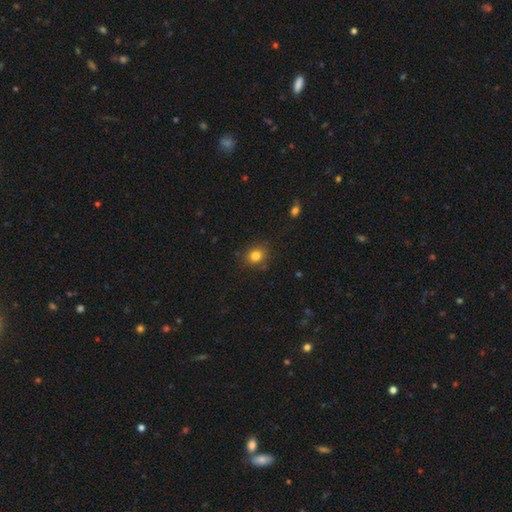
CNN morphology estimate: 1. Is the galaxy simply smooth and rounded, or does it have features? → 82% smooth, 12% star or artifact, 6% featured or disk.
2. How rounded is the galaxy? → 69% round, 30% in between, 1% cigar-shaped.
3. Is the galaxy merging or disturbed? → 83% none, 12% minor disturbance, 3% major disturbance, 2% merger.